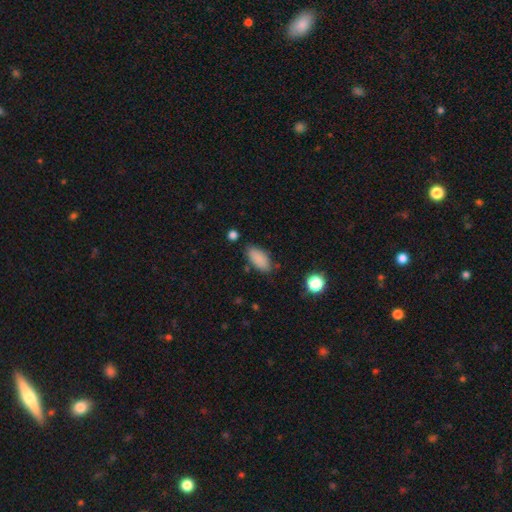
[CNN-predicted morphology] Smooth or featured? smooth (86%)
How rounded? in between (86%)
Merging? none (79%)